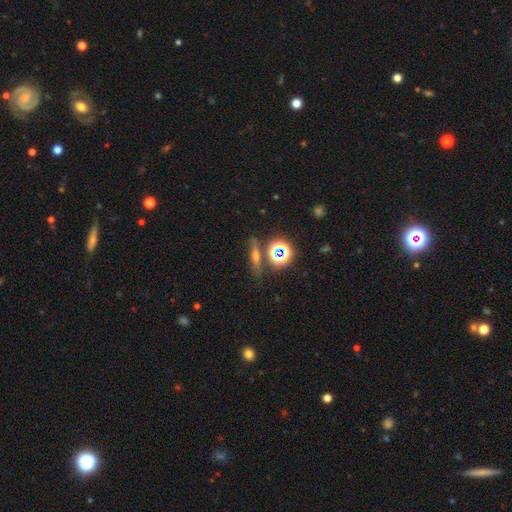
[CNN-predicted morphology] Smooth or featured: smooth — 39% (featured or disk — 31%)
Merging: none — 78% (minor disturbance — 10%)